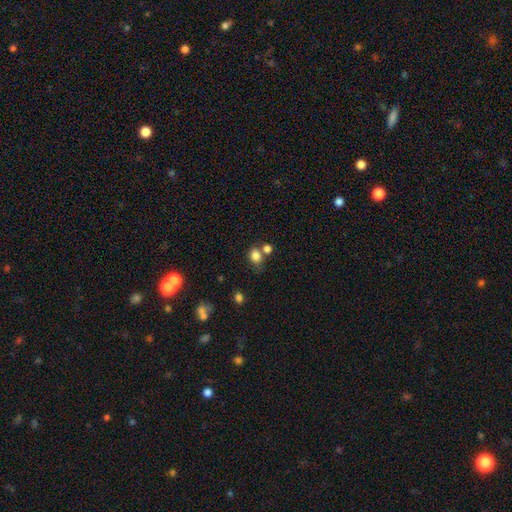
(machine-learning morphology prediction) smooth_or_featured: smooth (p=0.82) [alt: star or artifact p=0.11]
how_rounded: round (p=0.57) [alt: in between p=0.42]
merging: none (p=0.54) [alt: merger p=0.27]